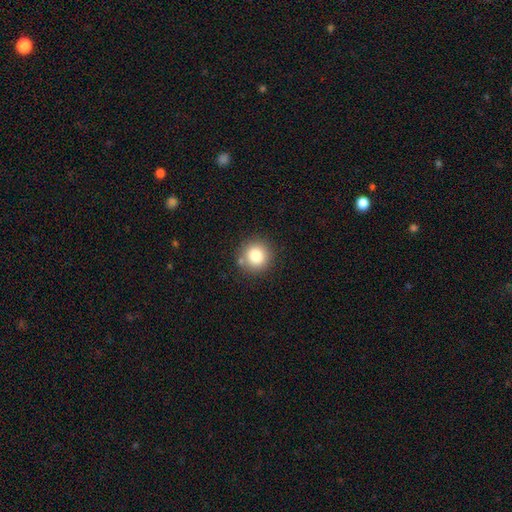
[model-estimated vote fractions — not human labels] Smooth or featured? smooth (82%)
How rounded? round (93%)
Merging? none (85%)